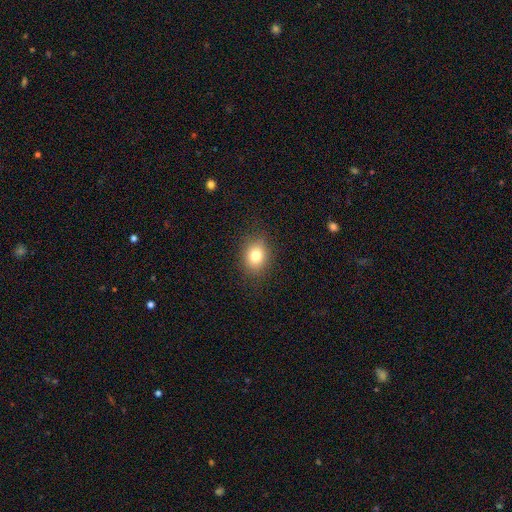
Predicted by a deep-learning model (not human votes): A smooth galaxy with no disk features (79%) that is round (51%).

Vote fractions:
- Smooth or featured? smooth: 79% / star or artifact: 12% / featured or disk: 10%
- How rounded? round: 51% / in between: 48% / cigar-shaped: 1%
- Merging? none: 86% / minor disturbance: 10% / major disturbance: 3% / merger: 1%